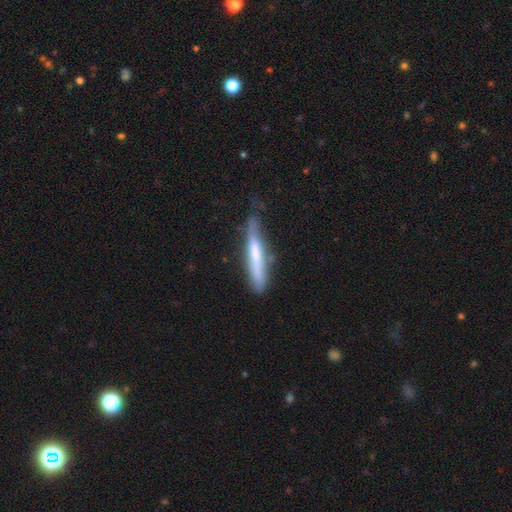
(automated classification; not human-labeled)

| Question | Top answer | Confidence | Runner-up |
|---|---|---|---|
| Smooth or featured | smooth | 53% | featured or disk (41%) |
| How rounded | cigar-shaped | 93% | in between (6%) |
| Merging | none | 58% | minor disturbance (31%) |